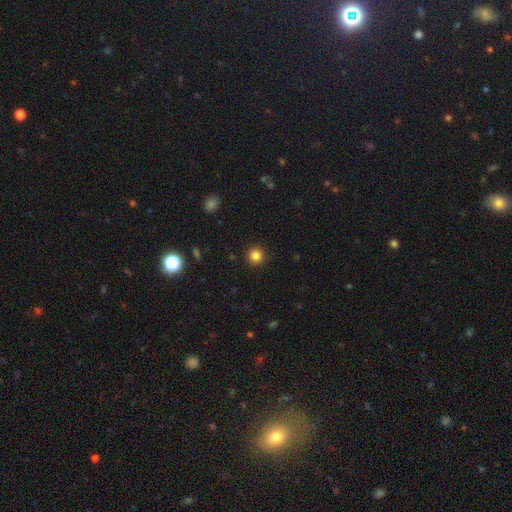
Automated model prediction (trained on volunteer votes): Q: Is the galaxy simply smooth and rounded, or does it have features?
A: smooth — 83%.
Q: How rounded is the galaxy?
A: round — 95%.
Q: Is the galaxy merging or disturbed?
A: none — 92%.